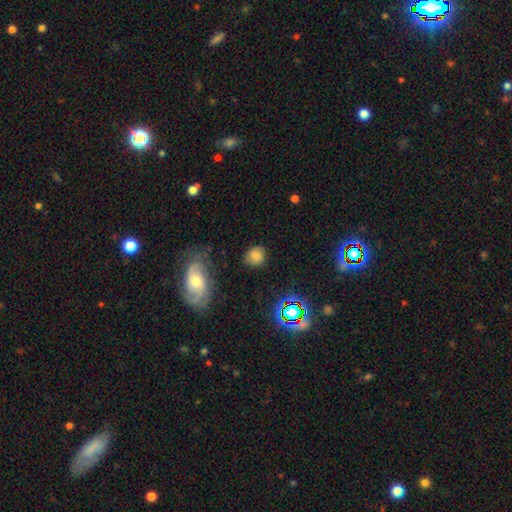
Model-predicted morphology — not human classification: This is likely a smooth galaxy (71%). How rounded: likely round (68%). Merging: likely none (76%).